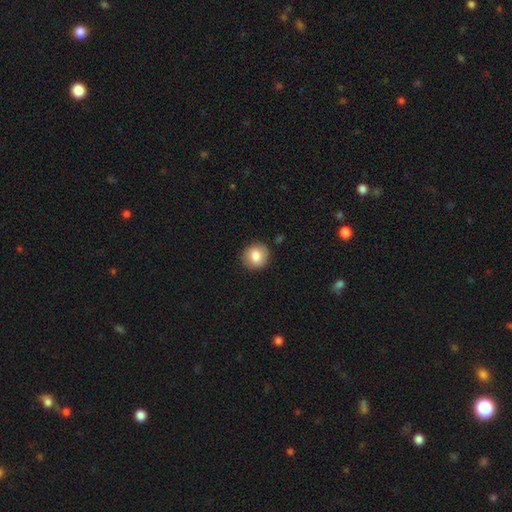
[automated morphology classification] Smooth or featured? smooth (79%)
How rounded? round (79%)
Merging? none (86%)